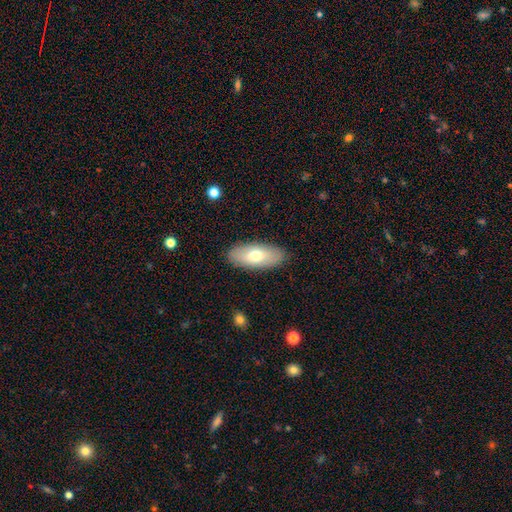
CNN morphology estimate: This is likely a smooth galaxy (69%). How rounded: clearly in between (87%). Merging: clearly none (88%).